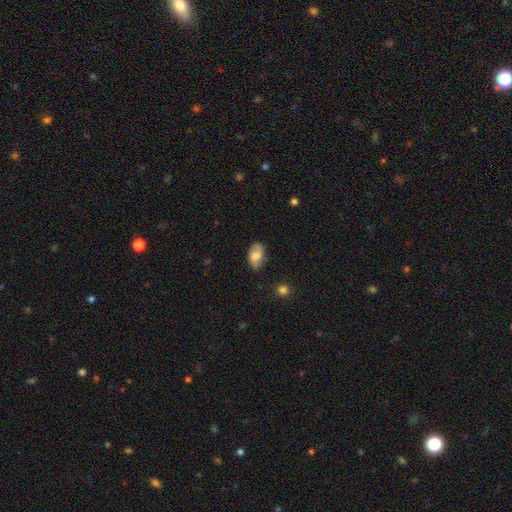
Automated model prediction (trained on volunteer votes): Smooth or featured? Predicted: smooth (p=0.59). How rounded? Predicted: in between (p=0.91). Merging? Predicted: none (p=0.75).